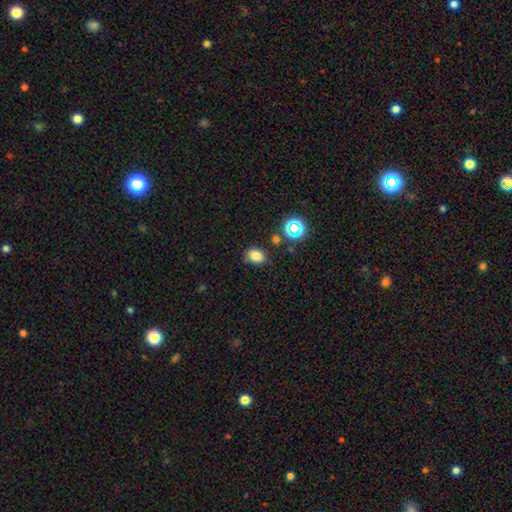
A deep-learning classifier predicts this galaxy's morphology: smooth_or_featured: smooth (p=0.76) [alt: star or artifact p=0.16]
how_rounded: in between (p=0.59) [alt: round p=0.40]
merging: none (p=0.78) [alt: minor disturbance p=0.14]